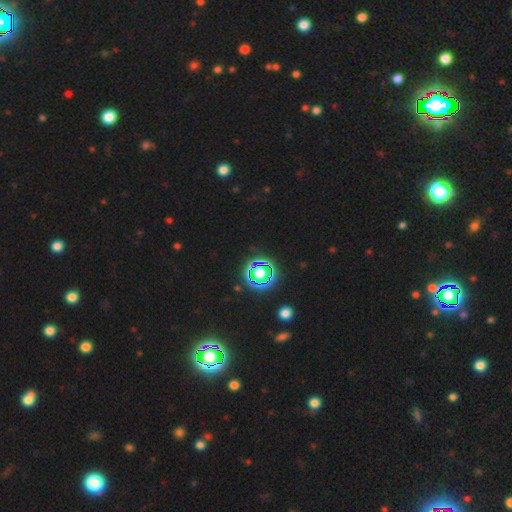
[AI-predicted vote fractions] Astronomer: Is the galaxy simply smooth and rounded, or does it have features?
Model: star or artifact — 81%.